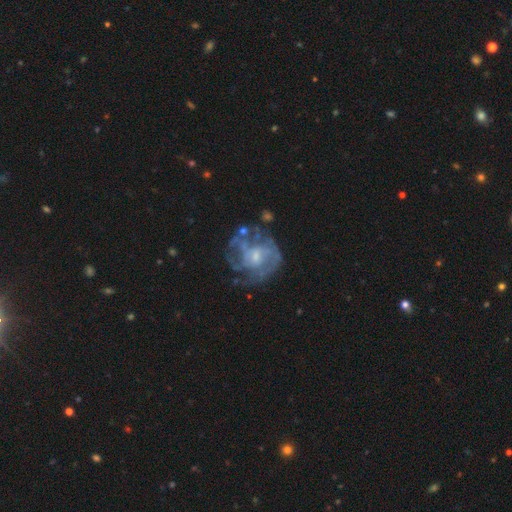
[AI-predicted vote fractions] Q: Smooth or featured?
A: featured or disk (76%); runner-up: smooth (15%)
Q: Edge-on disk?
A: no (98%); runner-up: yes (2%)
Q: Bar?
A: no (63%); runner-up: weak (32%)
Q: Spiral arms?
A: yes (66%); runner-up: no (34%)
Q: Bulge size?
A: small (53%); runner-up: moderate (32%)
Q: Merging?
A: none (53%); runner-up: major disturbance (23%)